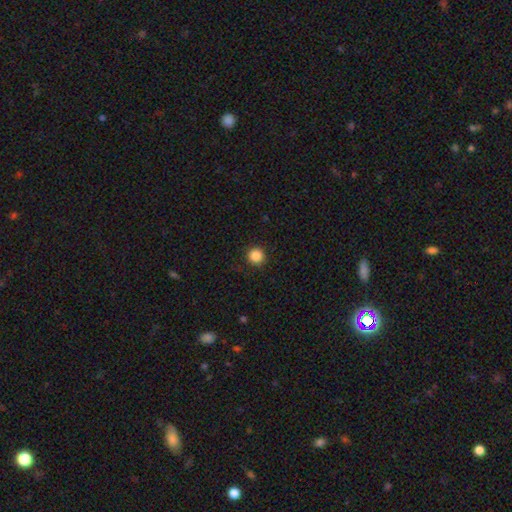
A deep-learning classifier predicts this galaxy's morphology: A smooth galaxy with no disk features (86%) that is round (95%). Merging: none (92%).